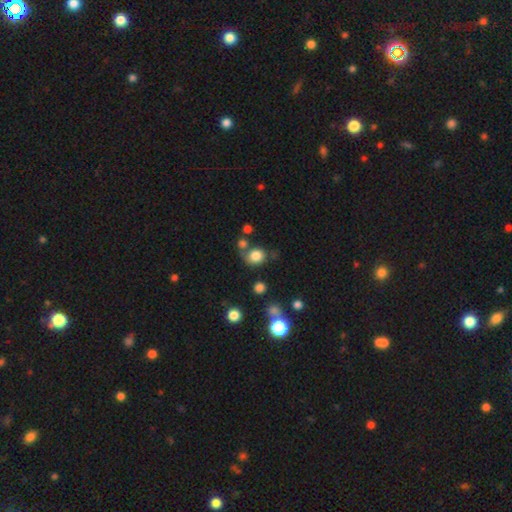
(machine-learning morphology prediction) Smooth or featured? Predicted: smooth (p=0.80). How rounded? Predicted: round (p=0.73). Merging? Predicted: none (p=0.60).